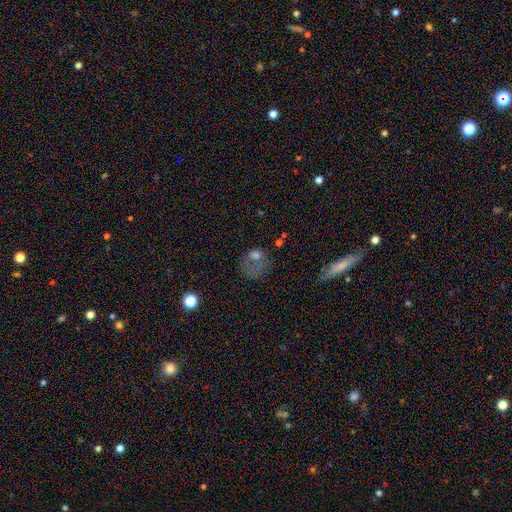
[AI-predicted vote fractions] Smooth or featured? Predicted: smooth (p=0.60). How rounded? Predicted: round (p=0.58). Merging? Predicted: major disturbance (p=0.39).